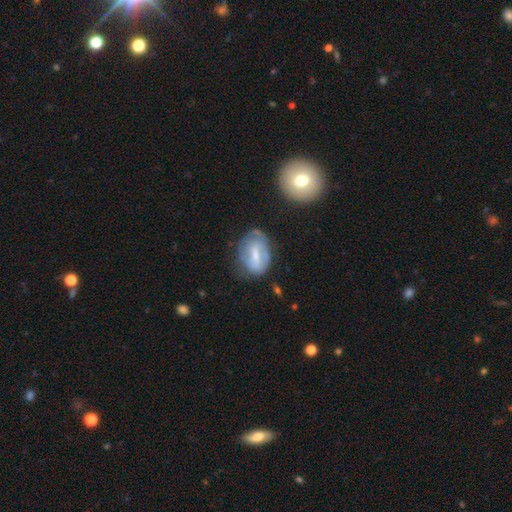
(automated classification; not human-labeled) Q: Smooth or featured?
A: featured or disk (60%); runner-up: smooth (33%)
Q: Edge-on disk?
A: no (95%); runner-up: yes (5%)
Q: Bar?
A: weak (49%); runner-up: strong (30%)
Q: Spiral arms?
A: yes (68%); runner-up: no (32%)
Q: Bulge size?
A: small (46%); runner-up: moderate (37%)
Q: Merging?
A: none (55%); runner-up: minor disturbance (28%)